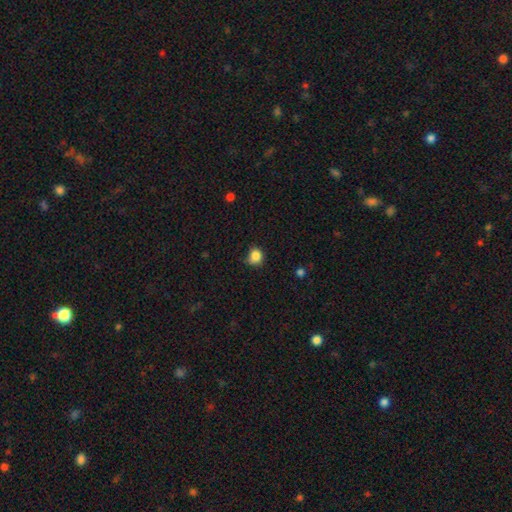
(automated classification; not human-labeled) Smooth or featured? smooth (84%)
How rounded? round (75%)
Merging? none (63%)